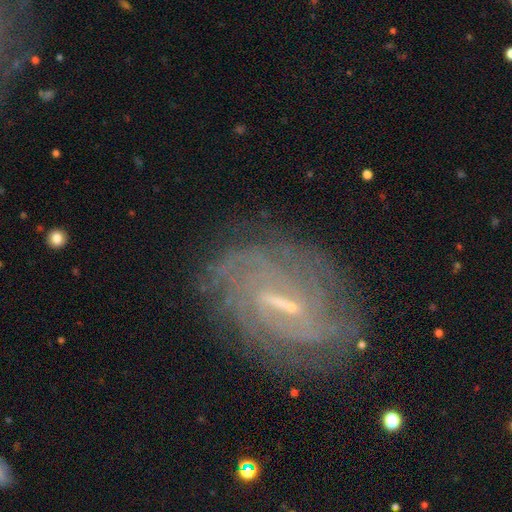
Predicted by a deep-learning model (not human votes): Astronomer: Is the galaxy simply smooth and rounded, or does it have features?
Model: featured or disk — 84%.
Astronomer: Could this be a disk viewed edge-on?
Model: no — 95%.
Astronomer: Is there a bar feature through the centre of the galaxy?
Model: weak — 49% (runner-up: strong, 37%).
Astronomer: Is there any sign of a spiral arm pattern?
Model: yes — 92%.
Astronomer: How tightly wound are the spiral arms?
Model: tight — 66%.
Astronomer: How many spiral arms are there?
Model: can't tell — 43%.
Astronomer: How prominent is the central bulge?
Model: small — 69%.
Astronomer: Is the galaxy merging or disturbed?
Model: none — 75%.